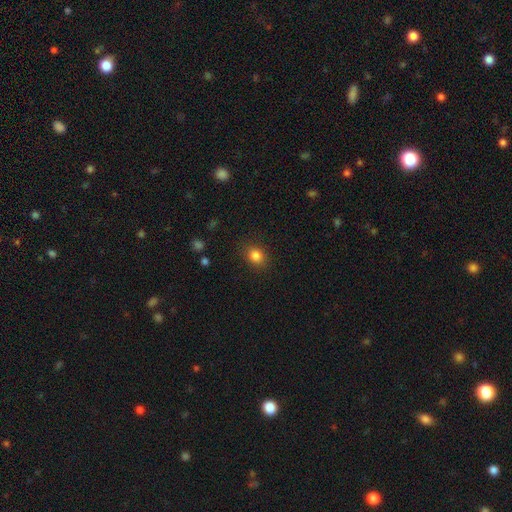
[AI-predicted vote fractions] Overall: smooth (83%). How rounded: round (54%; in between 45%). Merging: none (87%).